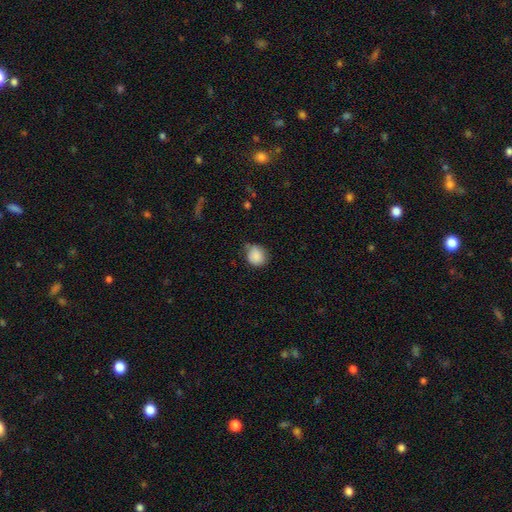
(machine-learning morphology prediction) Smooth or featured?
  - smooth: 87% *
  - star or artifact: 8%
  - featured or disk: 5%
How rounded?
  - round: 78% *
  - in between: 21%
  - cigar-shaped: 1%
Merging?
  - none: 59% *
  - minor disturbance: 33%
  - major disturbance: 6%
  - merger: 2%